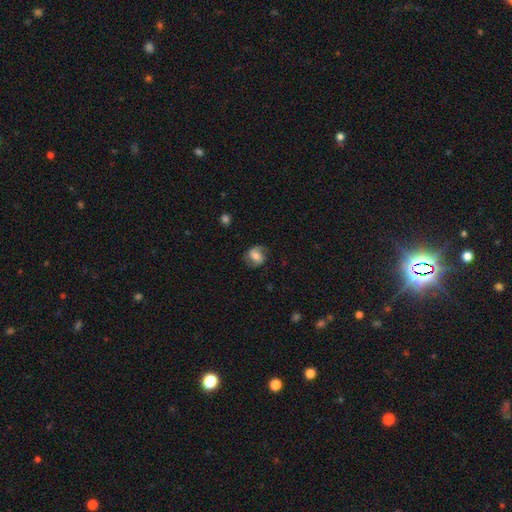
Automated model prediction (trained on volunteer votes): Overall: featured or disk (55%; smooth 36%). Edge-on disk: no (97%). Bar: weak (41%; no 38%). Spiral arms: yes (87%). Bulge size: moderate (60%; small 21%). Merging: none (75%).